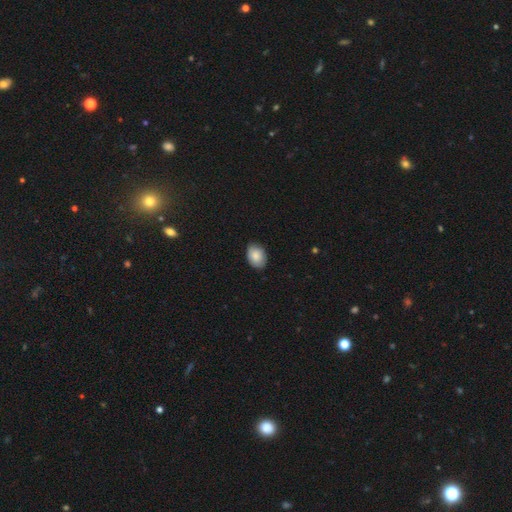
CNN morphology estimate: Smooth or featured? smooth (83%)
How rounded? in between (79%)
Merging? none (81%)